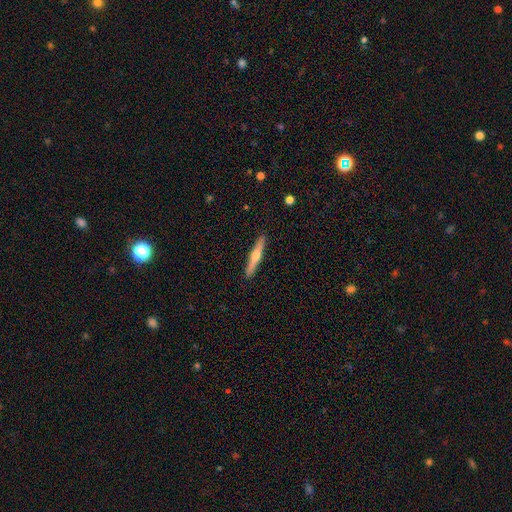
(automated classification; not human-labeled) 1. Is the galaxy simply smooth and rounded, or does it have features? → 59% featured or disk, 36% smooth, 5% star or artifact.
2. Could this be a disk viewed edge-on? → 97% yes, 3% no.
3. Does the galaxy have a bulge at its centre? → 91% rounded, 6% none, 3% boxy.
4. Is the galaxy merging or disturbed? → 92% none, 6% minor disturbance, 1% major disturbance, 1% merger.